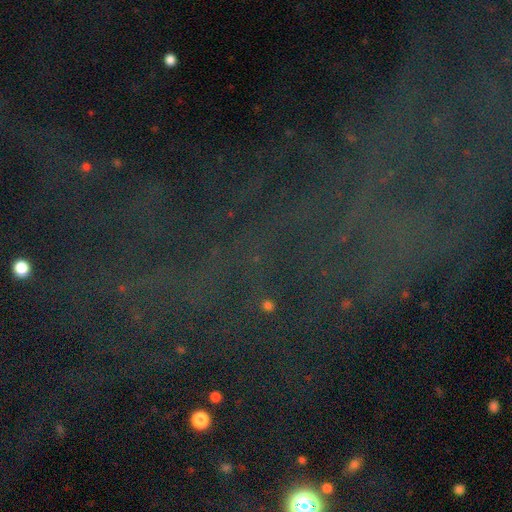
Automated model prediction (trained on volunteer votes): Smooth or featured: star or artifact — 73% (featured or disk — 14%)